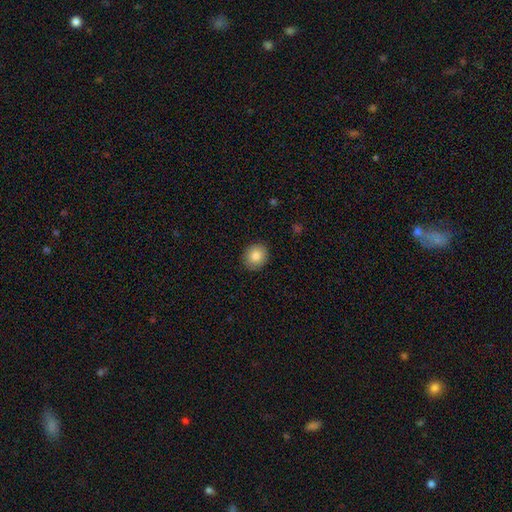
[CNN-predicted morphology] Smooth or featured: smooth — 84% (star or artifact — 8%)
How rounded: round — 80% (in between — 19%)
Merging: none — 89% (minor disturbance — 8%)